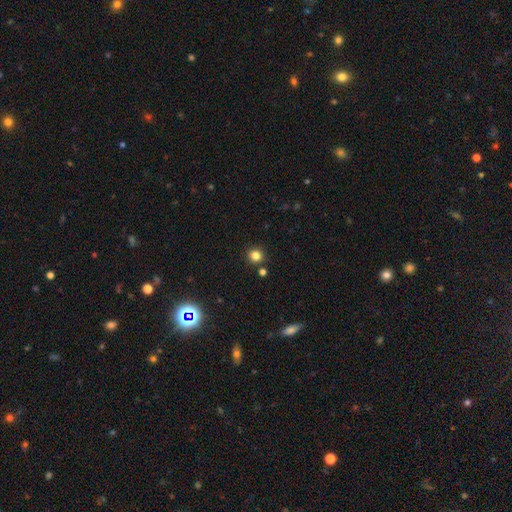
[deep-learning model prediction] Smooth or featured? smooth (82%)
How rounded? round (91%)
Merging? none (87%)